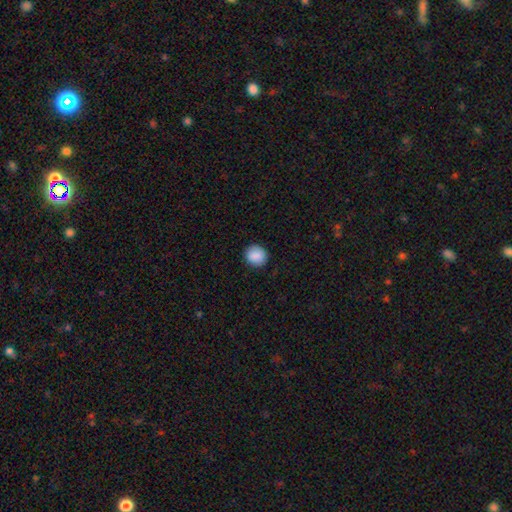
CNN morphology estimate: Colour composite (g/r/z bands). It shows a smooth galaxy with no disk features (89%) that is round (86%). Merging: none (89%).